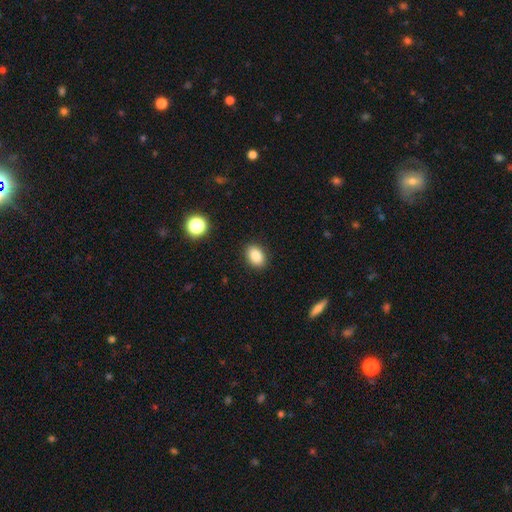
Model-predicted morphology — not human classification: This is clearly a smooth galaxy (86%). How rounded: likely in between (76%). Merging: clearly none (88%).